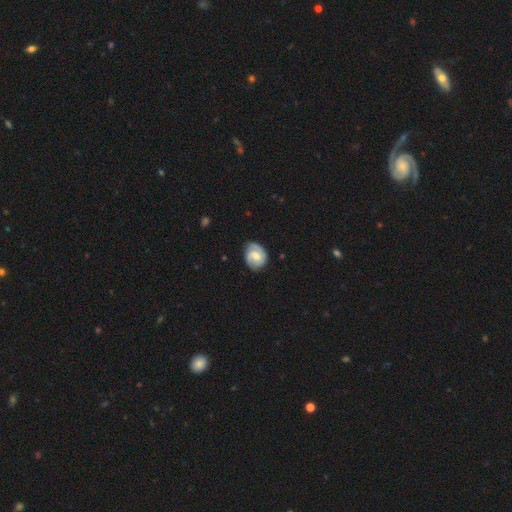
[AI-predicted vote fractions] Morphology: type=featured or disk (55%); edge-on=no (97%); bar=no (46%); spiral arms=yes (87%); bulge=moderate (57%); merging=none (69%).